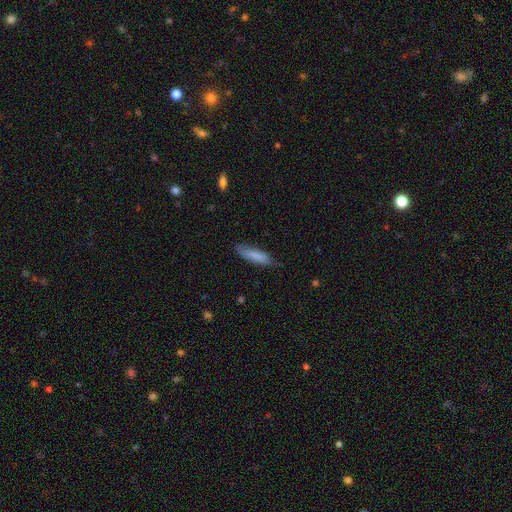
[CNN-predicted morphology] The model was most divided on "how rounded": cigar-shaped: 70%, in between: 28%, round: 1%. More confident: smooth or featured — smooth (80%); merging — none (72%).